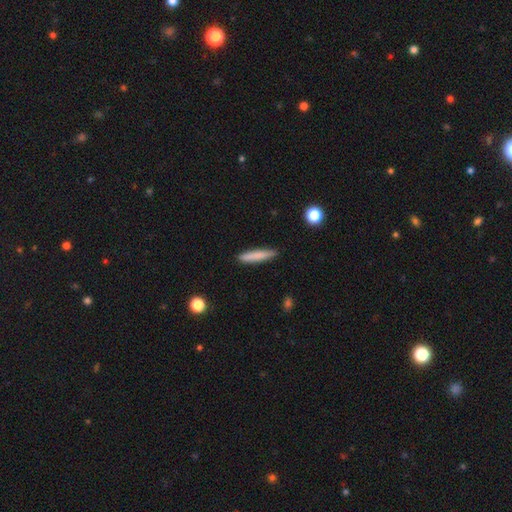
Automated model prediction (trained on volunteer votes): smooth-or-featured: smooth: 79% | featured or disk: 14% | star or artifact: 6%
  how-rounded: cigar-shaped: 90% | in between: 8% | round: 1%
  merging: none: 88% | minor disturbance: 9% | major disturbance: 2% | merger: 1%